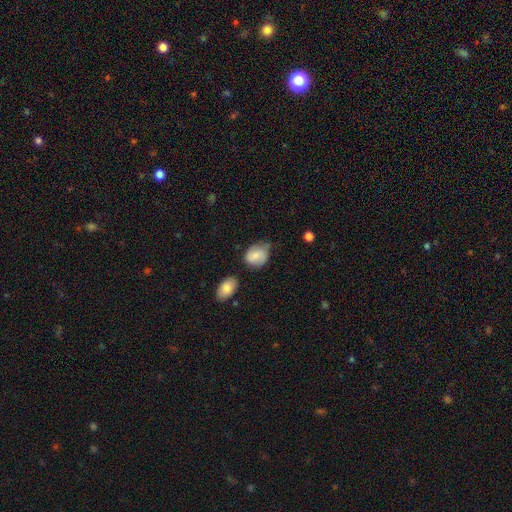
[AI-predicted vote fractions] Smooth or featured?
  - smooth: 75% *
  - featured or disk: 18%
  - star or artifact: 7%
How rounded?
  - in between: 58% *
  - round: 41%
  - cigar-shaped: 1%
Merging?
  - none: 51% *
  - minor disturbance: 35%
  - major disturbance: 8%
  - merger: 6%